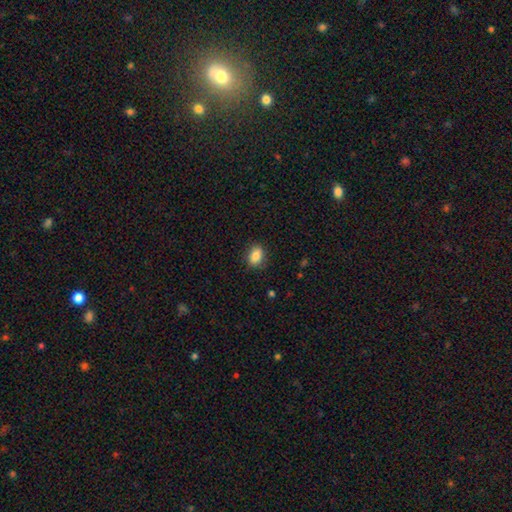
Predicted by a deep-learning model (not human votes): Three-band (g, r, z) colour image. It shows a smooth galaxy with no disk features (86%) that is in between round and cigar-shaped (72%). Merging: none (85%).